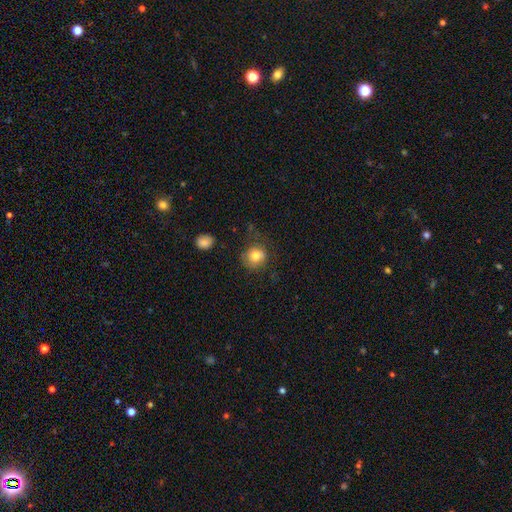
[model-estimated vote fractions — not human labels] Smooth or featured? Predicted: smooth (p=0.81). How rounded? Predicted: round (p=0.83). Merging? Predicted: none (p=0.71).